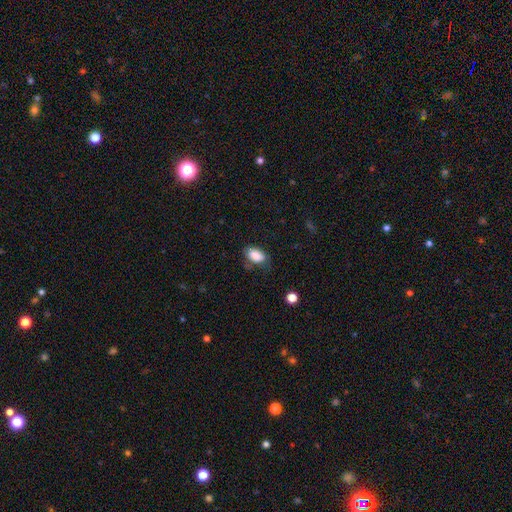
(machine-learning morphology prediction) Smooth or featured? Predicted: smooth (p=0.86). How rounded? Predicted: in between (p=0.93). Merging? Predicted: none (p=0.61).